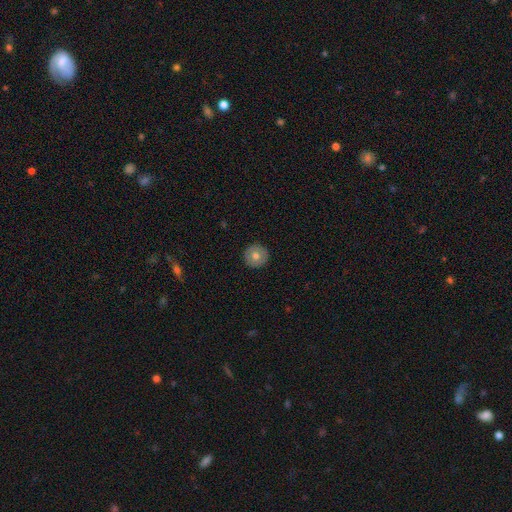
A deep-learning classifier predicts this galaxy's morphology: Smooth or featured? Predicted: smooth (p=0.71). How rounded? Predicted: round (p=0.96). Merging? Predicted: none (p=0.92).